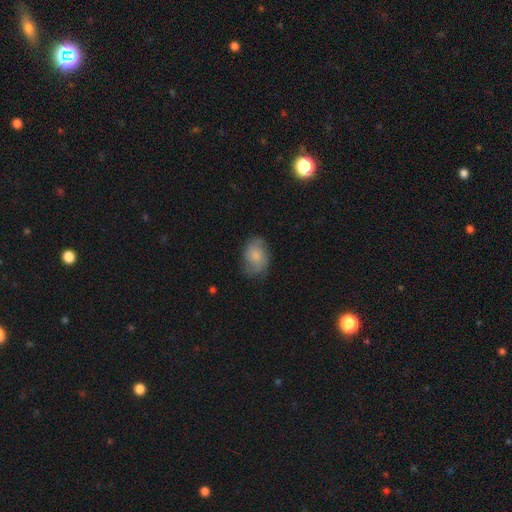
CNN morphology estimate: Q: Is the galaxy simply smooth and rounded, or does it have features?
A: smooth — 72%.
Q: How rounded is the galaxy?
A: in between — 76%.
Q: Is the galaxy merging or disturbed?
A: none — 67%.